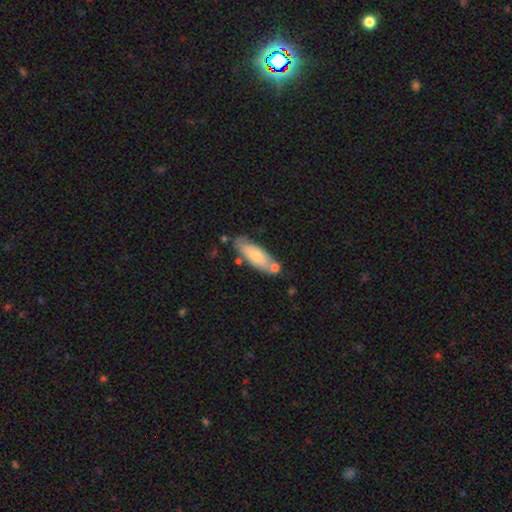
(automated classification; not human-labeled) This is likely a smooth galaxy (71%). How rounded: possibly in between (59%). Merging: likely none (67%).